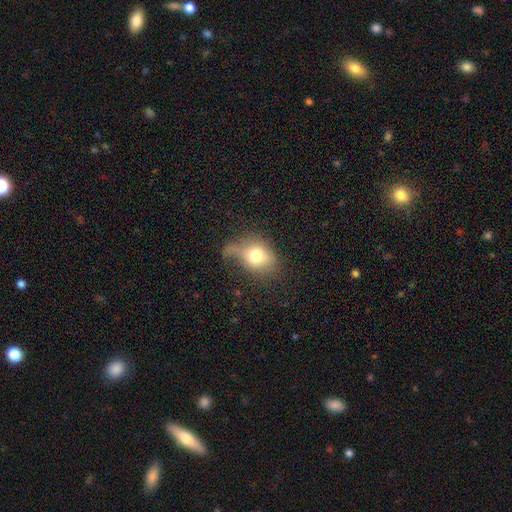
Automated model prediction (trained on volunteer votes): Smooth or featured: smooth — 70% (featured or disk — 20%)
How rounded: in between — 53% (round — 45%)
Merging: major disturbance — 35% (none — 31%)